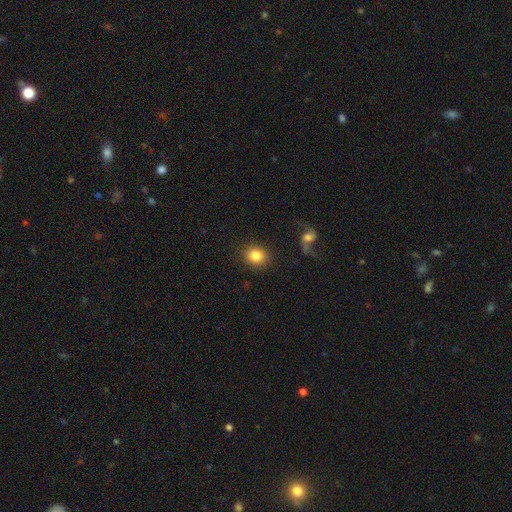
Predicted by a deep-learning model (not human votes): Smooth or featured? Predicted: smooth (p=0.83). How rounded? Predicted: round (p=0.73). Merging? Predicted: none (p=0.86).